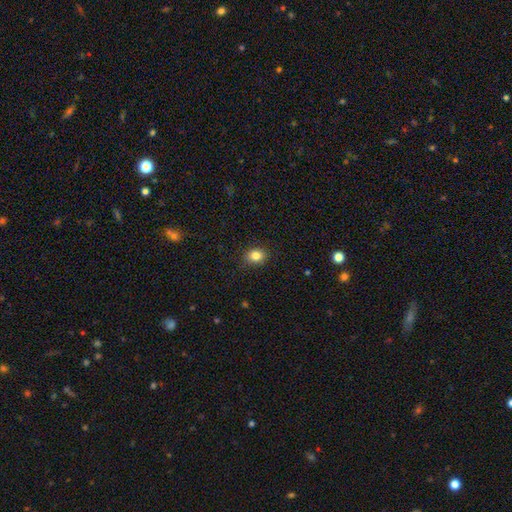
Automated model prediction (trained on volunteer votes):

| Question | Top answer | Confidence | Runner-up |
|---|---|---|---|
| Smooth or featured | smooth | 84% | star or artifact (10%) |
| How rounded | round | 53% | in between (46%) |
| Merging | none | 87% | minor disturbance (9%) |